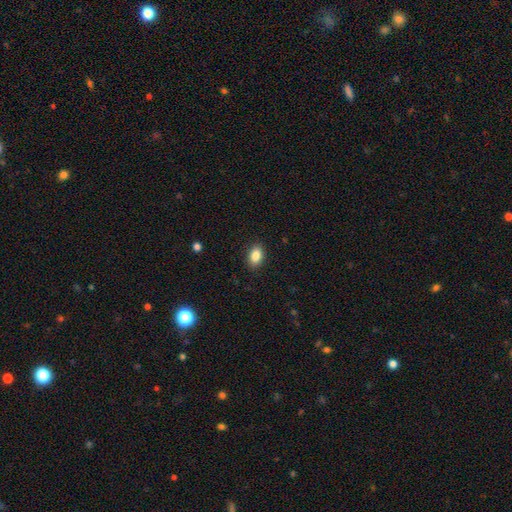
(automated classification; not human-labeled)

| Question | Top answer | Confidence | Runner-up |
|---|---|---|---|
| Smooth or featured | smooth | 86% | star or artifact (9%) |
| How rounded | in between | 86% | round (12%) |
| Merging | none | 89% | minor disturbance (8%) |